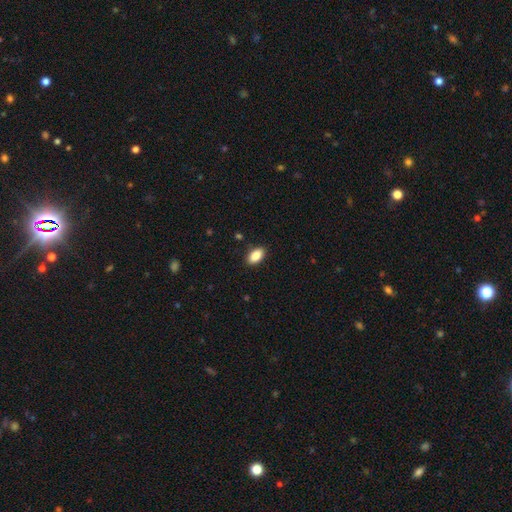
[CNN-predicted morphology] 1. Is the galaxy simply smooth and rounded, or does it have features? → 87% smooth, 7% star or artifact, 5% featured or disk.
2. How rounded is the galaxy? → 92% in between, 5% round, 3% cigar-shaped.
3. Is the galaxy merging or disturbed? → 88% none, 9% minor disturbance, 2% major disturbance, 1% merger.